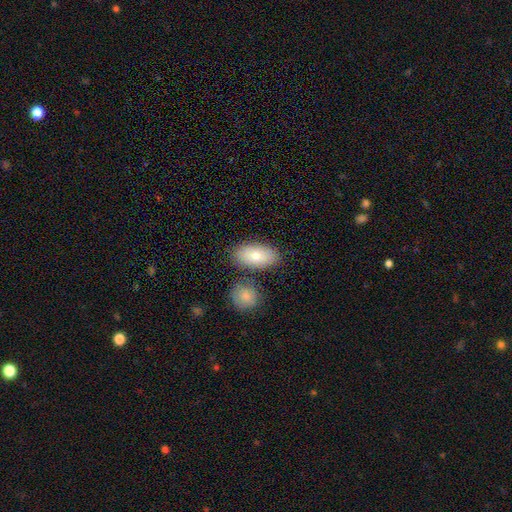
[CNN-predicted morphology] A smooth galaxy with no disk features (76%) that is in between round and cigar-shaped (91%). Merging: none (74%).